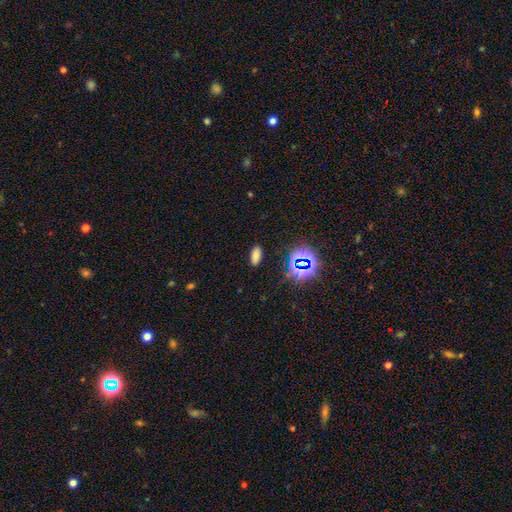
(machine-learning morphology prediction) Smooth or featured? Predicted: smooth (p=0.70). How rounded? Predicted: in between (p=0.86). Merging? Predicted: none (p=0.88).